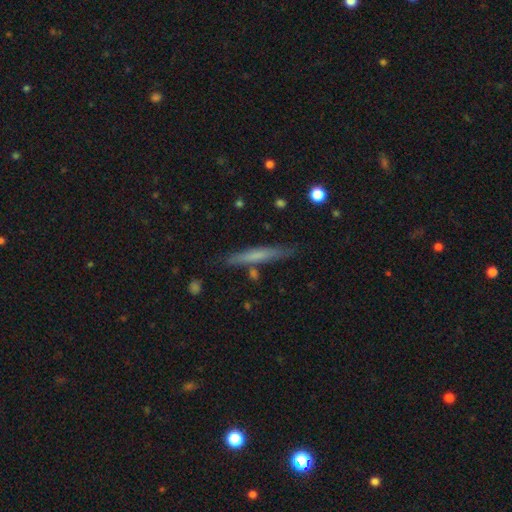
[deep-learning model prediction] smooth_or_featured: smooth (p=0.59) [alt: featured or disk p=0.35]
how_rounded: cigar-shaped (p=0.94) [alt: in between p=0.04]
merging: none (p=0.82) [alt: minor disturbance p=0.12]